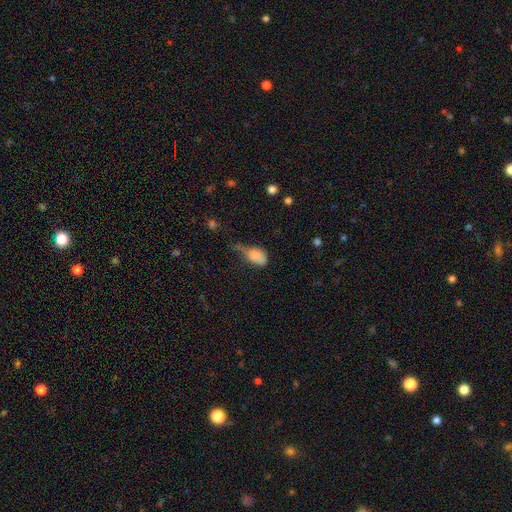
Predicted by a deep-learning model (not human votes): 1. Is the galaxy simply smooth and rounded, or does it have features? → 79% smooth, 12% featured or disk, 9% star or artifact.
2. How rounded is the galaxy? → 84% in between, 12% round, 4% cigar-shaped.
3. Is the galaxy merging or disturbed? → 40% minor disturbance, 32% major disturbance, 20% none, 7% merger.